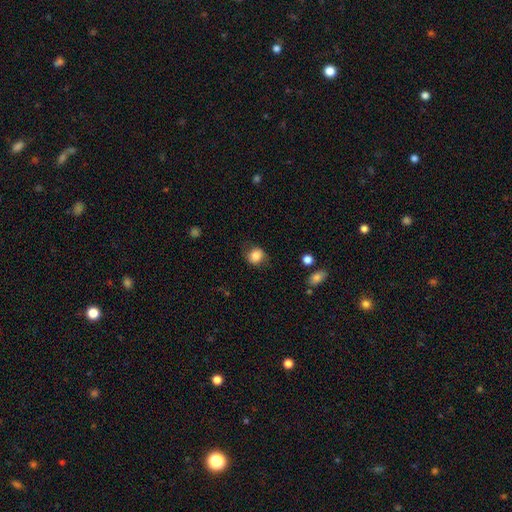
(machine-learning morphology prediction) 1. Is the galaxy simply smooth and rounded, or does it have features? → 82% smooth, 9% featured or disk, 9% star or artifact.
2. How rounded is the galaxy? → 76% round, 23% in between, 1% cigar-shaped.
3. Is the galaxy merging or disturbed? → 71% none, 20% minor disturbance, 7% major disturbance, 1% merger.